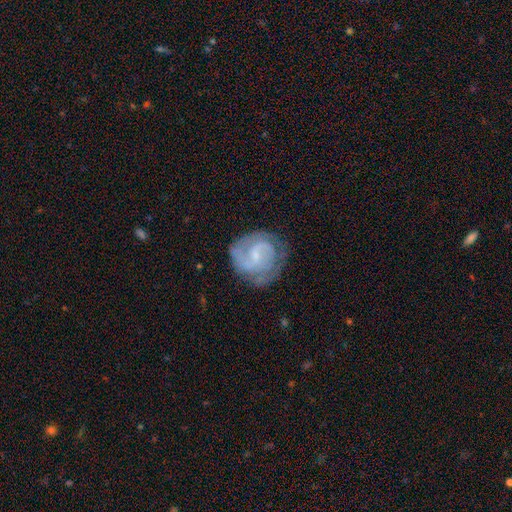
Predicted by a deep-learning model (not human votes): This appears to be a featured or disk galaxy (81%) with a weak bar (55%), 2 (73%) medium (49%) spiral arms (95%) and a small central bulge (69%). Merging: none (70%).